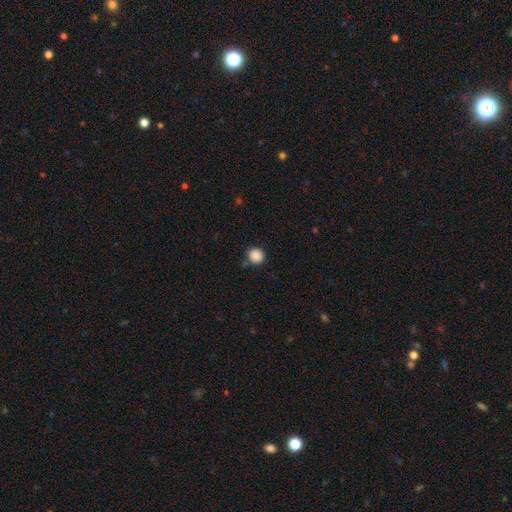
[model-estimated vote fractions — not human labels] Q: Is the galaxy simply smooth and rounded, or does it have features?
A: smooth — 88%.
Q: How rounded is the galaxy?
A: round — 86%.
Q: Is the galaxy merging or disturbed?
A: none — 82%.